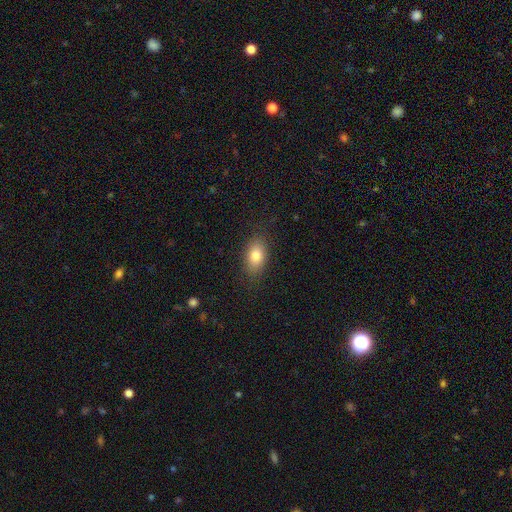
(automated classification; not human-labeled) A smooth galaxy with no disk features (81%) that is in between round and cigar-shaped (87%).

Vote fractions:
- Smooth or featured? smooth: 81% / featured or disk: 10% / star or artifact: 9%
- How rounded? in between: 87% / round: 10% / cigar-shaped: 3%
- Merging? none: 84% / minor disturbance: 12% / major disturbance: 3% / merger: 1%